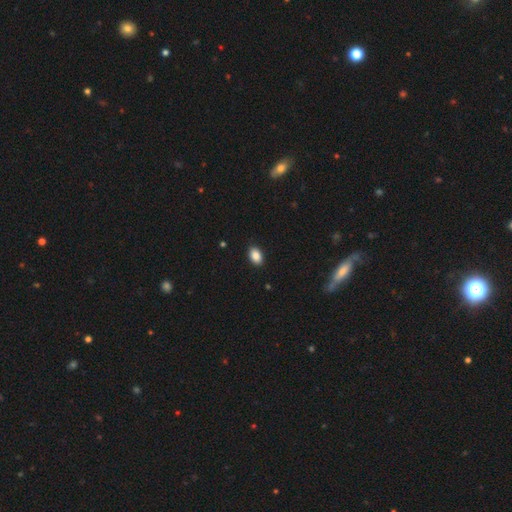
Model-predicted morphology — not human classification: A smooth galaxy with no disk features (88%) that is in between round and cigar-shaped (88%). Merging: none (89%).